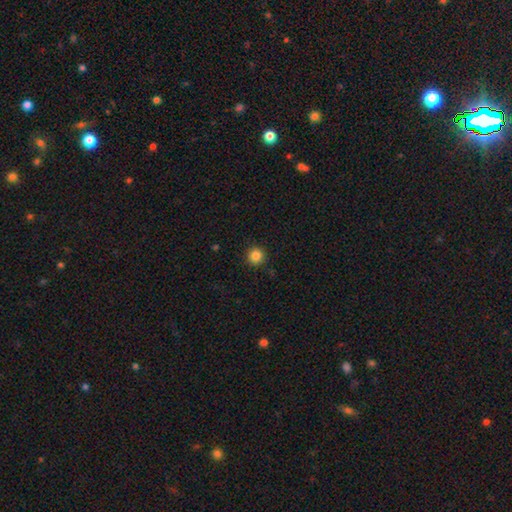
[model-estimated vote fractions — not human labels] This is clearly a smooth galaxy (85%). How rounded: clearly round (96%). Merging: clearly none (92%).